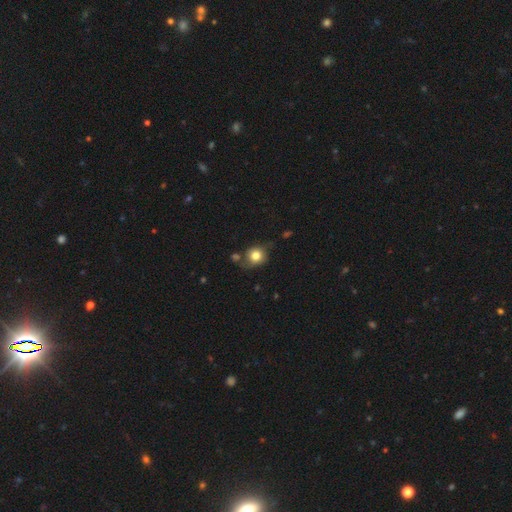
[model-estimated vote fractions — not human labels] smooth 77%, featured or disk 13%, star or artifact 10%. Down the decision tree: how rounded — round (78%); merging — none (61%).